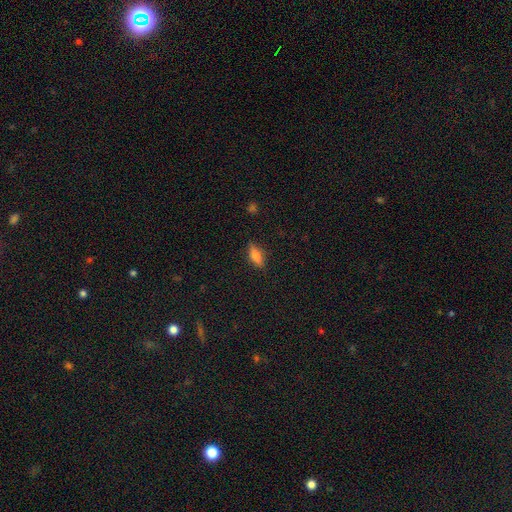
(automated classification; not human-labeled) Smooth or featured: smooth — 68% (featured or disk — 22%)
How rounded: in between — 69% (cigar-shaped — 27%)
Merging: none — 83% (minor disturbance — 13%)